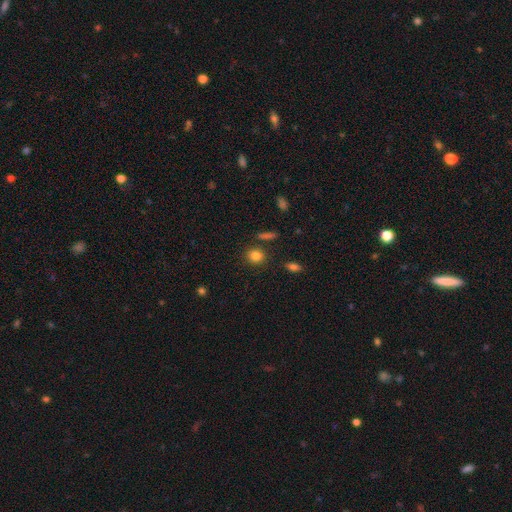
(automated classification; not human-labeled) Smooth or featured? smooth (83%)
How rounded? round (75%)
Merging? none (84%)